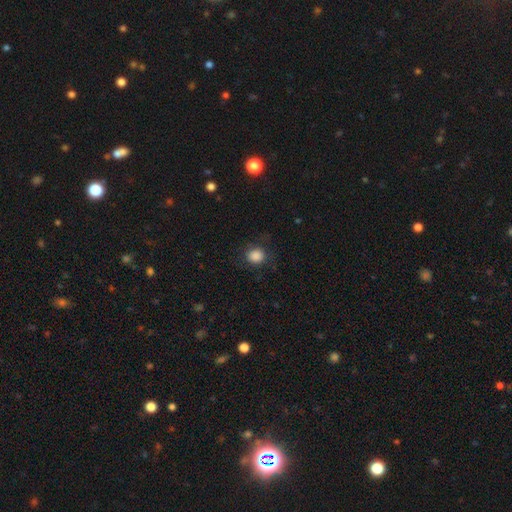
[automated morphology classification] smooth-or-featured: smooth: 85% | star or artifact: 10% | featured or disk: 5%
  how-rounded: round: 79% | in between: 20% | cigar-shaped: 1%
  merging: none: 79% | minor disturbance: 14% | major disturbance: 7% | merger: 1%